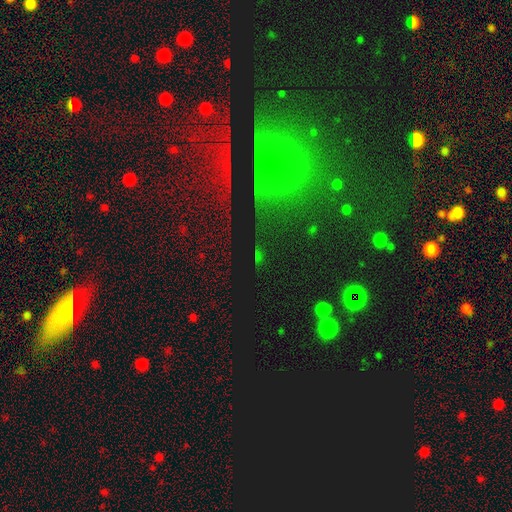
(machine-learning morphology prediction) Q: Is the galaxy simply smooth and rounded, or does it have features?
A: star or artifact — 63%.